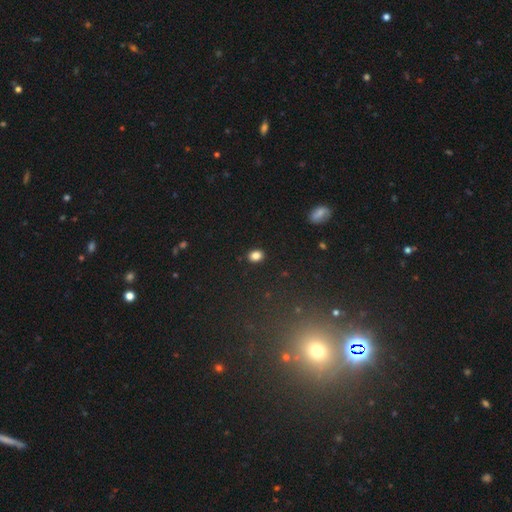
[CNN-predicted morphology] Overall: smooth (85%). How rounded: in between (60%; round 38%). Merging: none (89%).